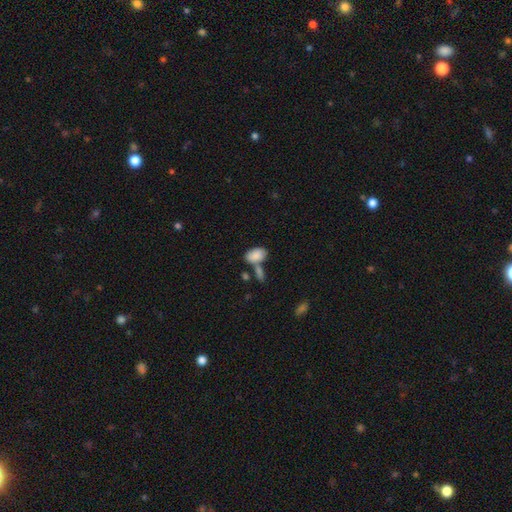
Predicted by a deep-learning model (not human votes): A smooth galaxy with no disk features (85%) that is in between round and cigar-shaped (92%).

Vote fractions:
- Smooth or featured? smooth: 85% / featured or disk: 7% / star or artifact: 7%
- How rounded? in between: 92% / round: 6% / cigar-shaped: 2%
- Merging? none: 47% / merger: 34% / minor disturbance: 14% / major disturbance: 5%